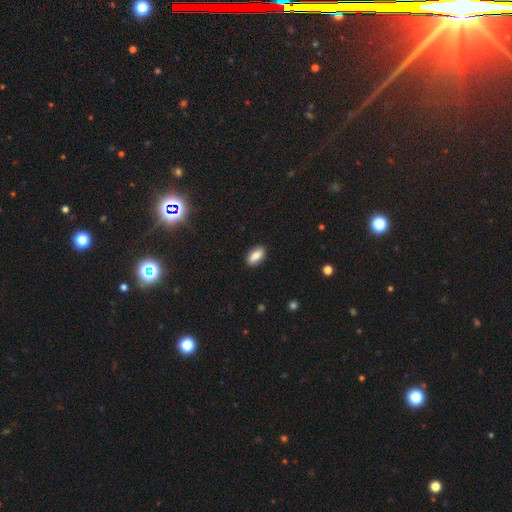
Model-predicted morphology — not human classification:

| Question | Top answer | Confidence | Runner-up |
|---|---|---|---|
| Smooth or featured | smooth | 79% | featured or disk (13%) |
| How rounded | in between | 89% | cigar-shaped (7%) |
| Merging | none | 89% | minor disturbance (8%) |